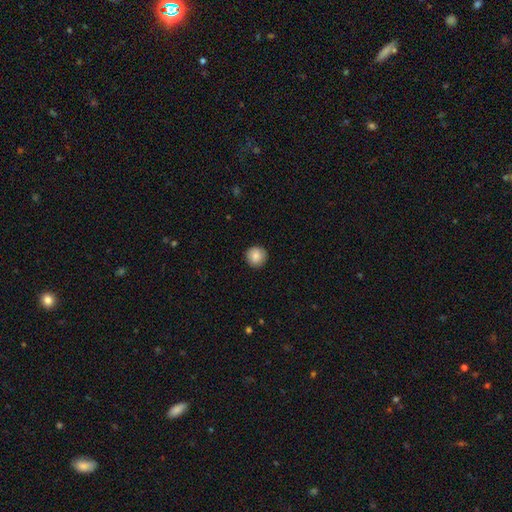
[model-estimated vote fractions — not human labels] A smooth galaxy with no disk features (85%) that is round (94%).

Vote fractions:
- Smooth or featured? smooth: 85% / star or artifact: 8% / featured or disk: 7%
- How rounded? round: 94% / in between: 5% / cigar-shaped: 1%
- Merging? none: 90% / minor disturbance: 7% / major disturbance: 2% / merger: 1%